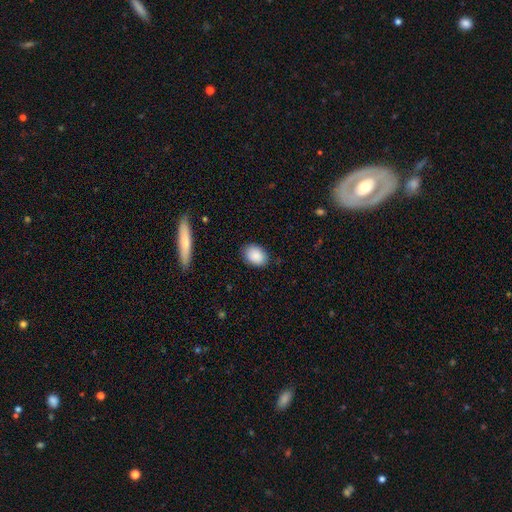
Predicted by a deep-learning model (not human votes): A smooth galaxy with no disk features (88%) that is in between round and cigar-shaped (76%).

Vote fractions:
- Smooth or featured? smooth: 88% / star or artifact: 7% / featured or disk: 4%
- How rounded? in between: 76% / round: 22% / cigar-shaped: 1%
- Merging? none: 85% / minor disturbance: 11% / major disturbance: 3% / merger: 1%